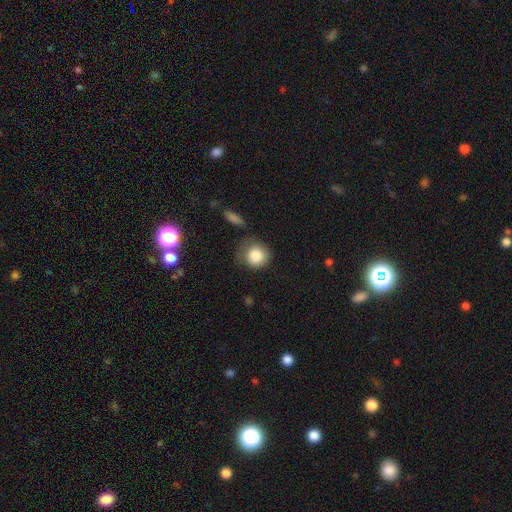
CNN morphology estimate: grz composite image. It shows a smooth galaxy with no disk features (84%) that is round (89%). Merging: none (60%).